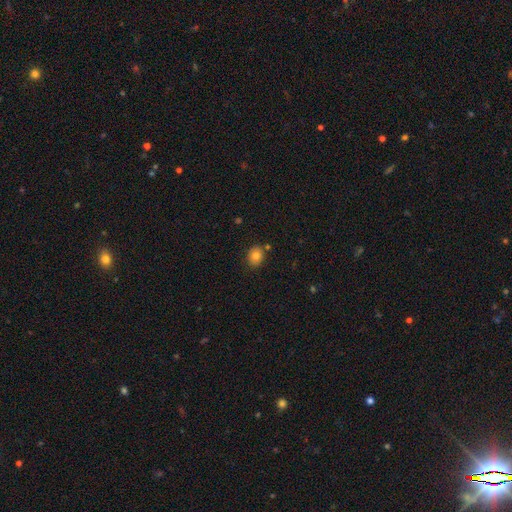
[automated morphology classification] smooth-or-featured: smooth: 81% | star or artifact: 11% | featured or disk: 8%
  how-rounded: round: 57% | in between: 43% | cigar-shaped: 1%
  merging: none: 82% | minor disturbance: 11% | merger: 5% | major disturbance: 2%